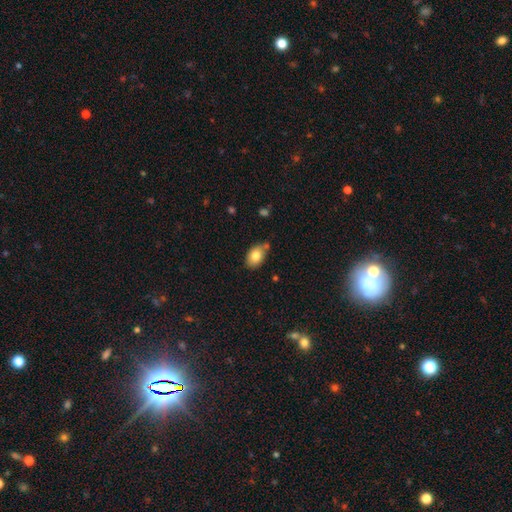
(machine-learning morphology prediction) Smooth or featured?
  - smooth: 81% *
  - featured or disk: 11%
  - star or artifact: 8%
How rounded?
  - in between: 85% *
  - round: 14%
  - cigar-shaped: 1%
Merging?
  - none: 66% *
  - minor disturbance: 21%
  - merger: 9%
  - major disturbance: 4%